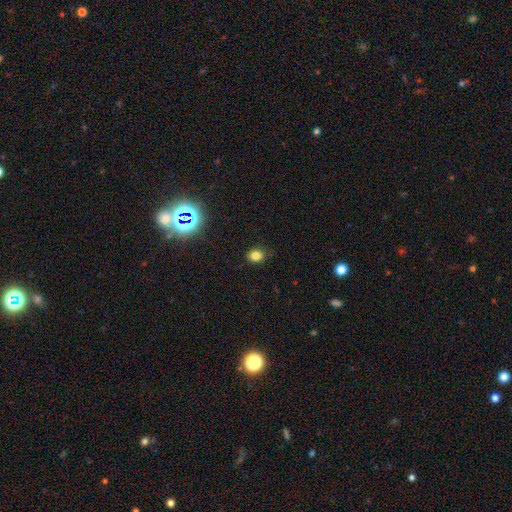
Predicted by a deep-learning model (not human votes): Overall: smooth (79%). How rounded: in between (51%; round 48%). Merging: none (82%).